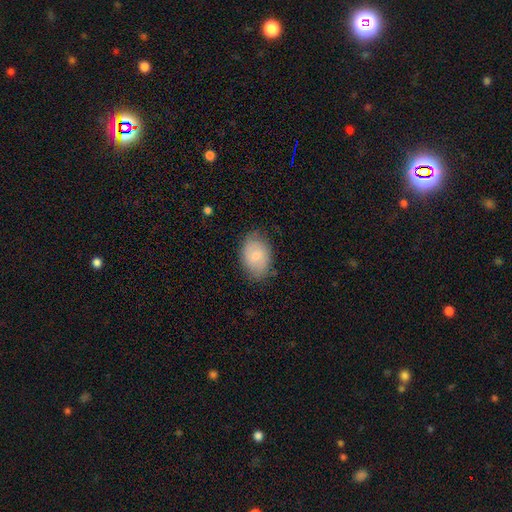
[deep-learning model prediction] Smooth or featured? Predicted: smooth (p=0.69). How rounded? Predicted: in between (p=0.82). Merging? Predicted: none (p=0.78).